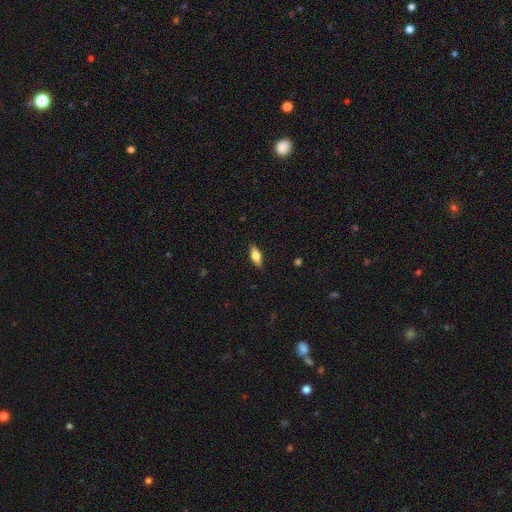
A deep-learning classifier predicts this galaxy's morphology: smooth_or_featured: smooth (p=0.64) [alt: featured or disk p=0.29]
how_rounded: in between (p=0.76) [alt: cigar-shaped p=0.20]
merging: none (p=0.87) [alt: minor disturbance p=0.10]